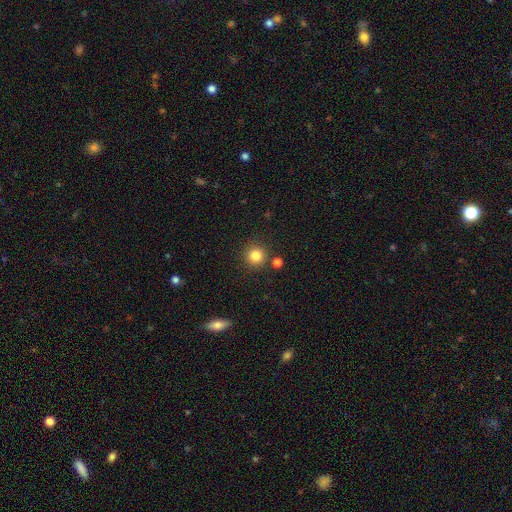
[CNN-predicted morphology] The model was most divided on "smooth or featured": smooth: 83%, star or artifact: 11%, featured or disk: 5%. More confident: how rounded — round (93%); merging — none (85%).